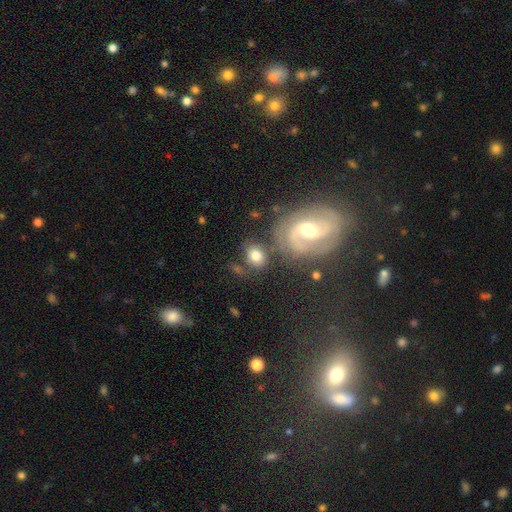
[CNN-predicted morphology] Smooth or featured: smooth — 70% (featured or disk — 21%)
How rounded: in between — 50% (round — 49%)
Merging: none — 59% (minor disturbance — 17%)